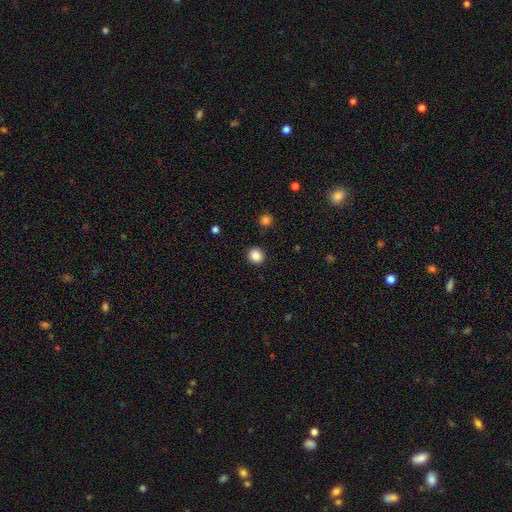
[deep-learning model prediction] This appears to be a smooth galaxy with no disk features (86%) that is round (88%). Merging: none (91%).